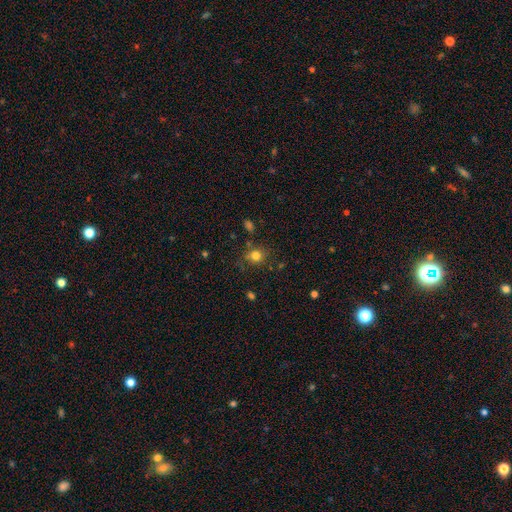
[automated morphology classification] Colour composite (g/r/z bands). It shows a smooth galaxy with no disk features (79%) that is round (77%). Merging: none (77%).